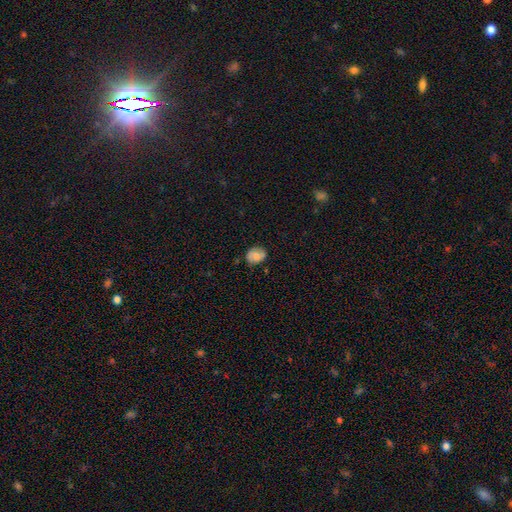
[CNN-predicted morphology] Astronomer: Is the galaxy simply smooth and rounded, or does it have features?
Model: smooth — 72%.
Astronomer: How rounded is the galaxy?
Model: round — 53% (runner-up: in between, 46%).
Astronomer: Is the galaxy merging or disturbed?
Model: none — 76%.